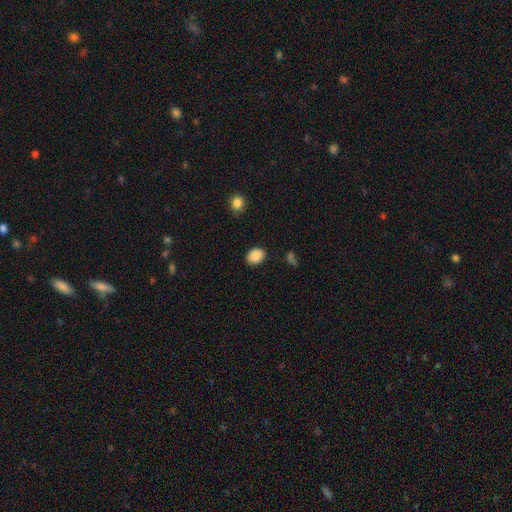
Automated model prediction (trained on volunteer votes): This is clearly a smooth galaxy (88%). How rounded: possibly in between (58%). Merging: clearly none (85%).